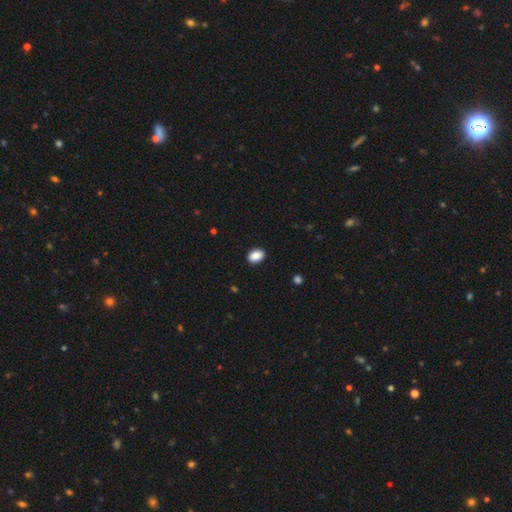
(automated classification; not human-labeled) Overall: smooth (88%). How rounded: in between (81%). Merging: none (90%).